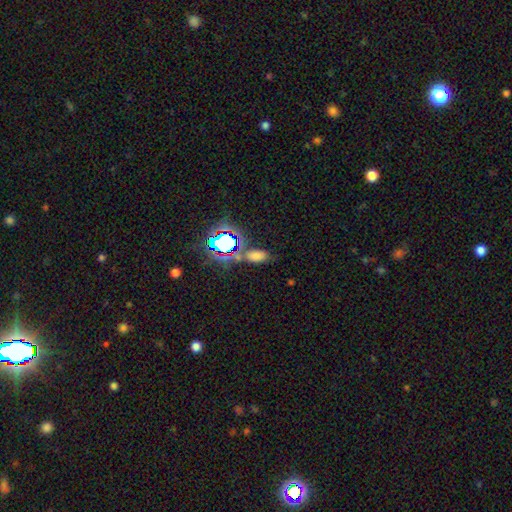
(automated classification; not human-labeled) Morphology: type=smooth (64%); roundness=in between (88%); merging=none (69%).